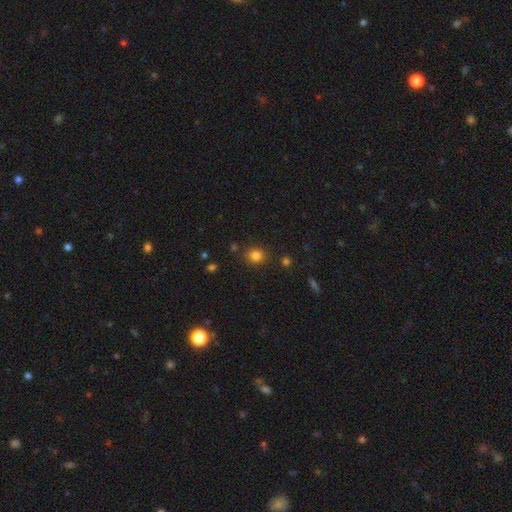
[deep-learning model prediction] smooth 82%, star or artifact 13%, featured or disk 5%. Down the decision tree: how rounded — round (75%); merging — none (84%).